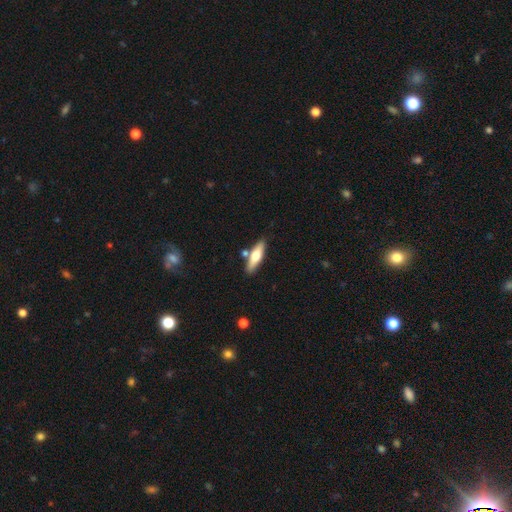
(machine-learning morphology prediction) A smooth galaxy with no disk features (56%) that is cigar-shaped (63%).

Vote fractions:
- Smooth or featured? smooth: 56% / featured or disk: 38% / star or artifact: 6%
- How rounded? cigar-shaped: 63% / in between: 35% / round: 2%
- Merging? none: 77% / minor disturbance: 11% / merger: 9% / major disturbance: 3%